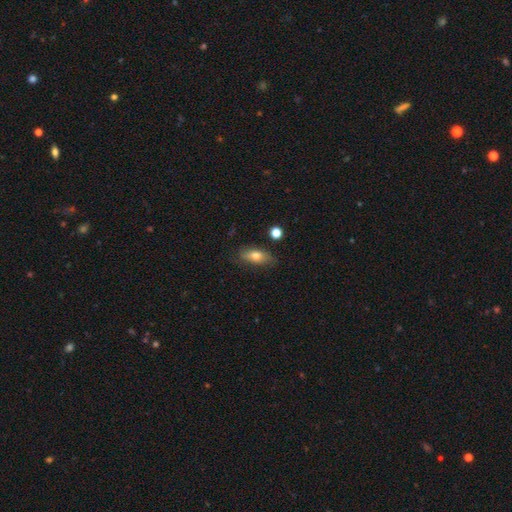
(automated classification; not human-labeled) Smooth or featured? smooth (70%)
How rounded? in between (77%)
Merging? none (76%)